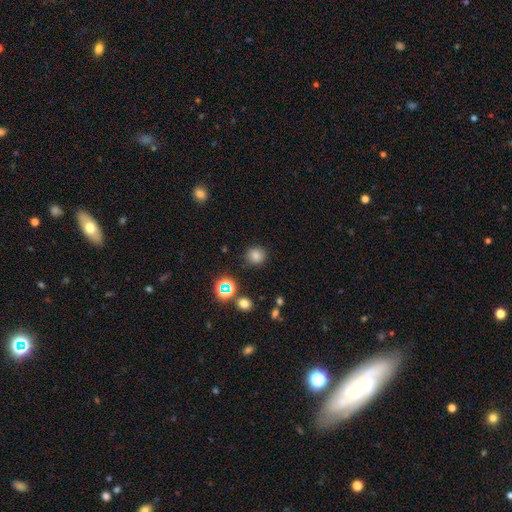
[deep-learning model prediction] Morphology: type=smooth (77%); roundness=round (89%); merging=none (87%).